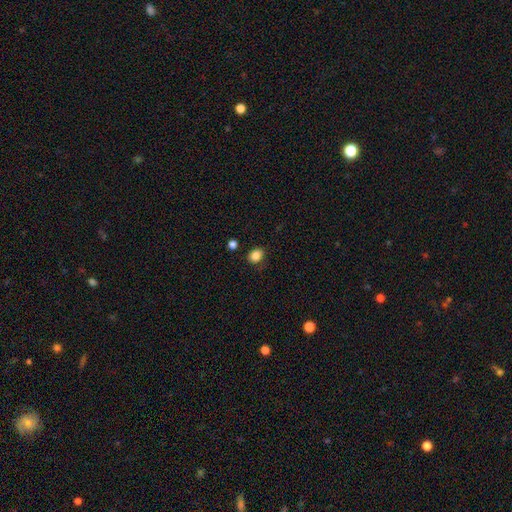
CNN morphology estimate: Q: Smooth or featured?
A: smooth (85%); runner-up: star or artifact (10%)
Q: How rounded?
A: in between (54%); runner-up: round (45%)
Q: Merging?
A: none (81%); runner-up: minor disturbance (13%)